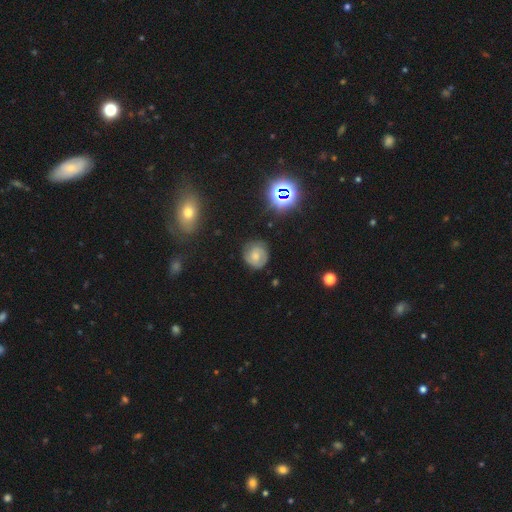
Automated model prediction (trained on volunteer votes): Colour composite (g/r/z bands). It shows a featured or disk galaxy (45%). Merging: none (77%).